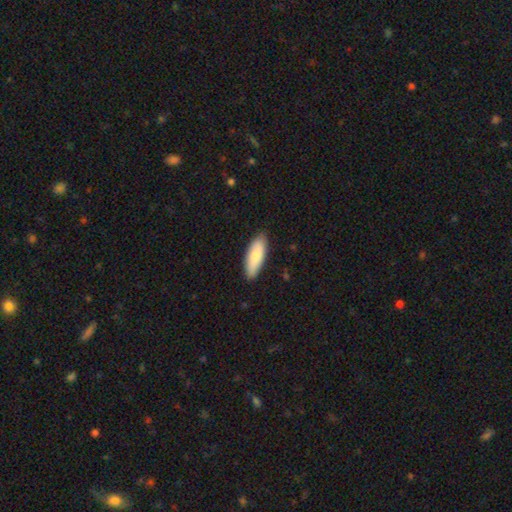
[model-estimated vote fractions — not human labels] Q: Smooth or featured?
A: smooth (79%); runner-up: featured or disk (16%)
Q: How rounded?
A: in between (70%); runner-up: cigar-shaped (28%)
Q: Merging?
A: none (85%); runner-up: minor disturbance (12%)